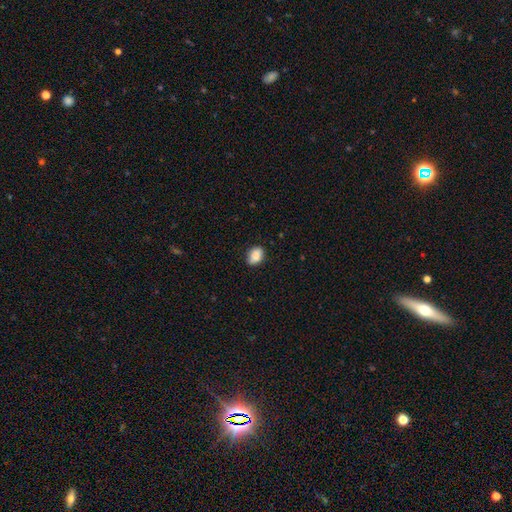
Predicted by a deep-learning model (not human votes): A smooth galaxy with no disk features (88%) that is in between round and cigar-shaped (81%). Merging: none (82%).